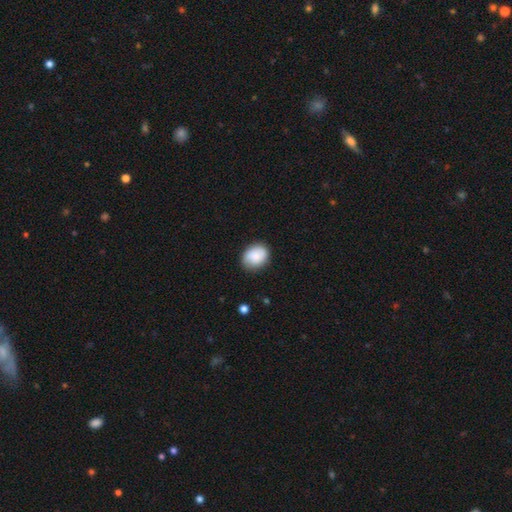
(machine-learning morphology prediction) smooth 84%, featured or disk 9%, star or artifact 7%. Down the decision tree: how rounded — in between (51%); merging — none (80%).